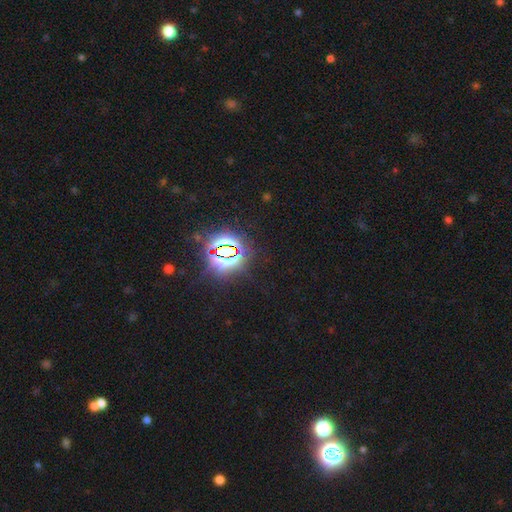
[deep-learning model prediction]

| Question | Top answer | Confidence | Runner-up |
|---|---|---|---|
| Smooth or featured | star or artifact | 81% | smooth (12%) |